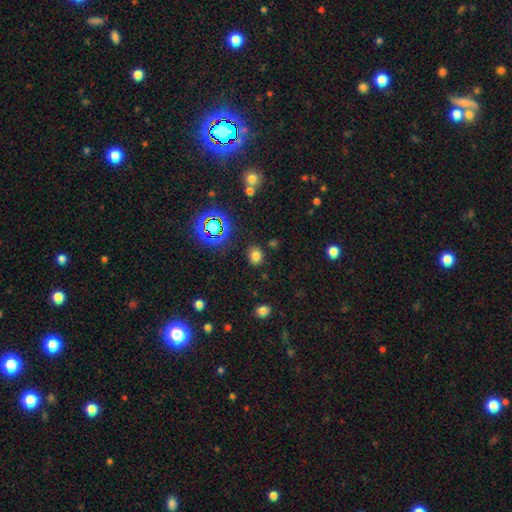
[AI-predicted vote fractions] The model was most divided on "how rounded": round: 58%, in between: 41%, cigar-shaped: 1%. More confident: merging — none (84%); smooth or featured — smooth (73%).